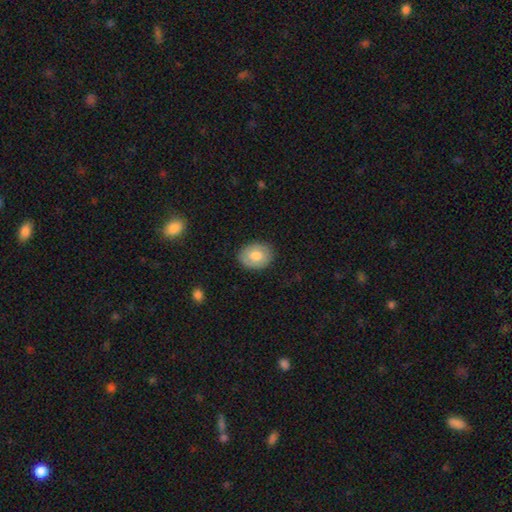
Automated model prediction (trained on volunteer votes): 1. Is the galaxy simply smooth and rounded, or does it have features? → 76% smooth, 18% featured or disk, 7% star or artifact.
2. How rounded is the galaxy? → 56% in between, 43% round, 1% cigar-shaped.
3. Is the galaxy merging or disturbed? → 86% none, 11% minor disturbance, 2% major disturbance, 1% merger.